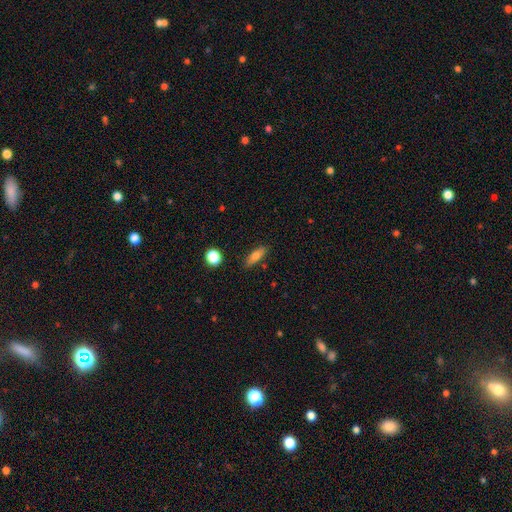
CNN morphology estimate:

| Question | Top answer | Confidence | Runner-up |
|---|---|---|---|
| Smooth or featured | smooth | 71% | featured or disk (20%) |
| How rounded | in between | 56% | cigar-shaped (39%) |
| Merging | none | 82% | minor disturbance (13%) |